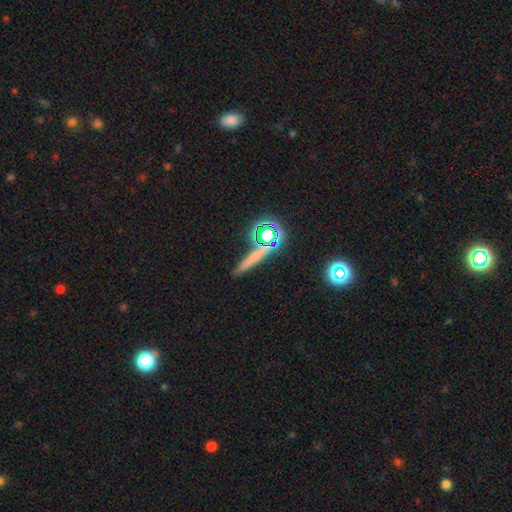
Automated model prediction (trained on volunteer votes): The model was most divided on "smooth or featured": smooth: 47%, star or artifact: 32%, featured or disk: 20%. More confident: merging — none (79%).